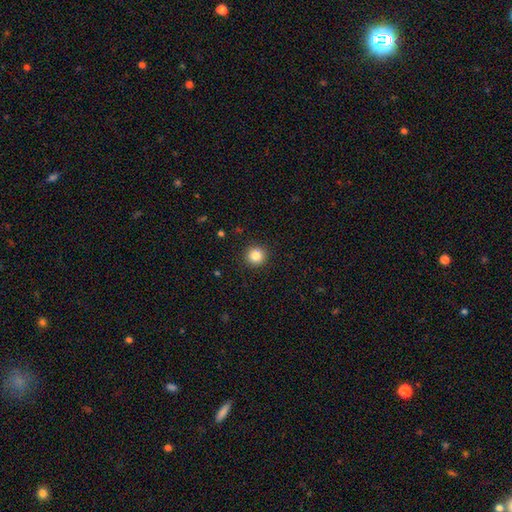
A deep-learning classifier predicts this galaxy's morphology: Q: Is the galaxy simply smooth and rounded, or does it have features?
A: smooth — 85%.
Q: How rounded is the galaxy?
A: round — 95%.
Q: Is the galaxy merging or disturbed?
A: none — 92%.